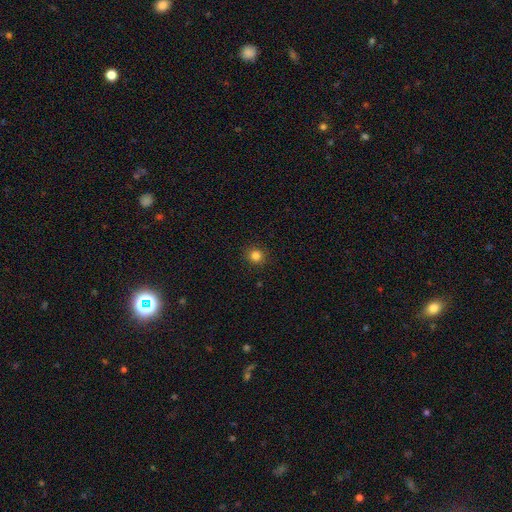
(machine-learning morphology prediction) smooth 83%, star or artifact 13%, featured or disk 4%. Down the decision tree: how rounded — round (92%); merging — none (92%).